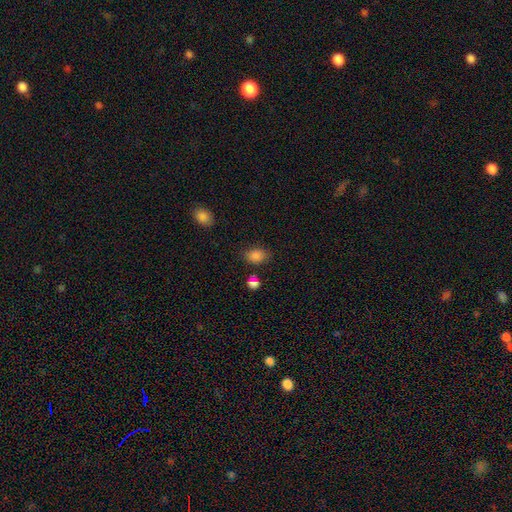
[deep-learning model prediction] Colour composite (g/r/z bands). It shows a smooth galaxy with no disk features (85%) that is in between round and cigar-shaped (72%). Merging: none (77%).